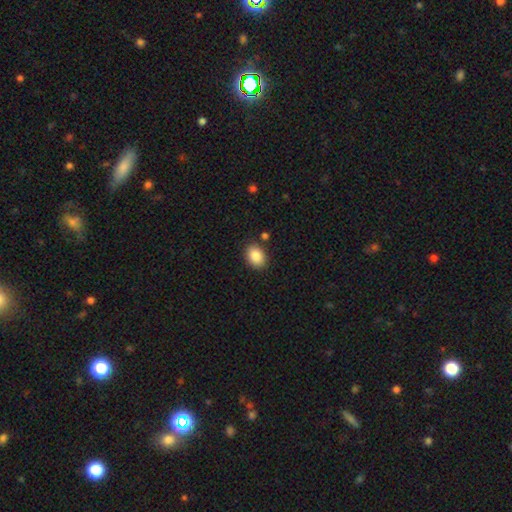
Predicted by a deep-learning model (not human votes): This appears to be a smooth galaxy with no disk features (88%) that is in between round and cigar-shaped (72%). Merging: none (85%).